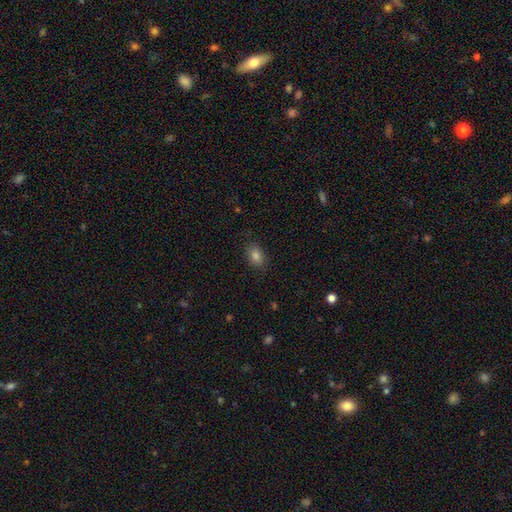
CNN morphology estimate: Smooth or featured: smooth — 82% (star or artifact — 11%)
How rounded: in between — 80% (round — 18%)
Merging: none — 86% (minor disturbance — 11%)